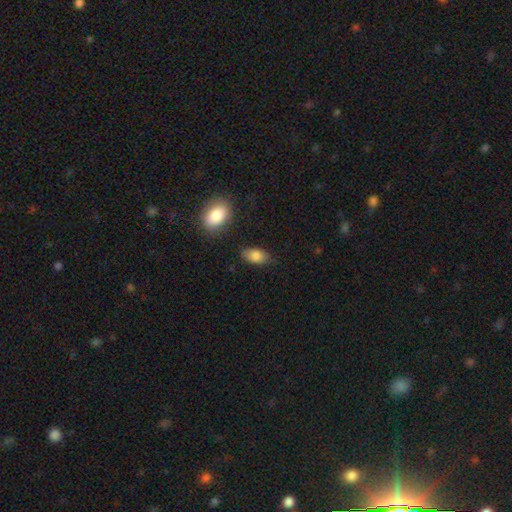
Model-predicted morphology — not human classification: A smooth galaxy with no disk features (85%) that is in between round and cigar-shaped (91%).

Vote fractions:
- Smooth or featured? smooth: 85% / star or artifact: 8% / featured or disk: 8%
- How rounded? in between: 91% / round: 6% / cigar-shaped: 3%
- Merging? none: 77% / minor disturbance: 16% / major disturbance: 4% / merger: 3%